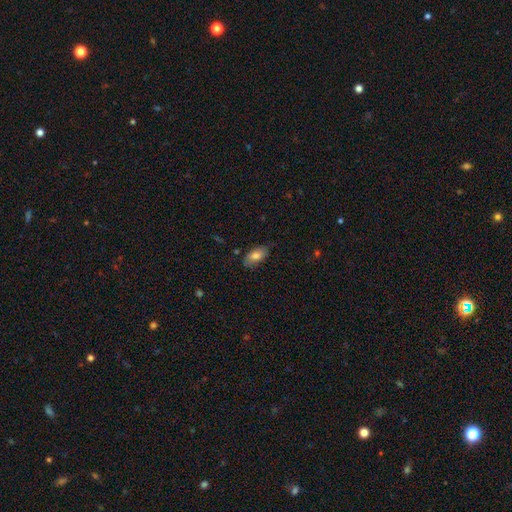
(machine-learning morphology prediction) Smooth or featured: smooth — 79% (featured or disk — 14%)
How rounded: in between — 92% (cigar-shaped — 4%)
Merging: none — 78% (minor disturbance — 18%)